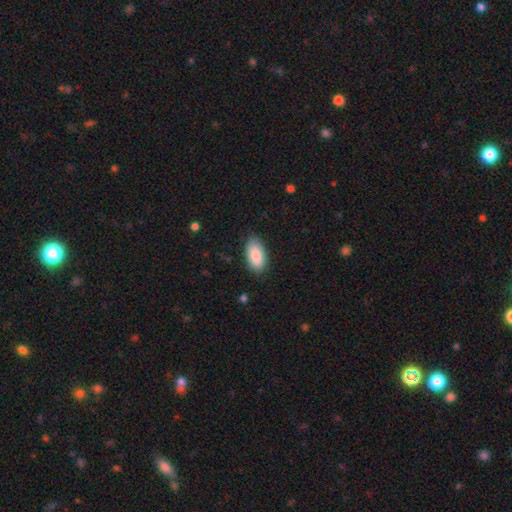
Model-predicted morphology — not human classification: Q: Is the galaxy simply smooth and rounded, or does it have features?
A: smooth — 87%.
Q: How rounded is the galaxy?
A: in between — 94%.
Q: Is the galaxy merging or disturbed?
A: none — 84%.